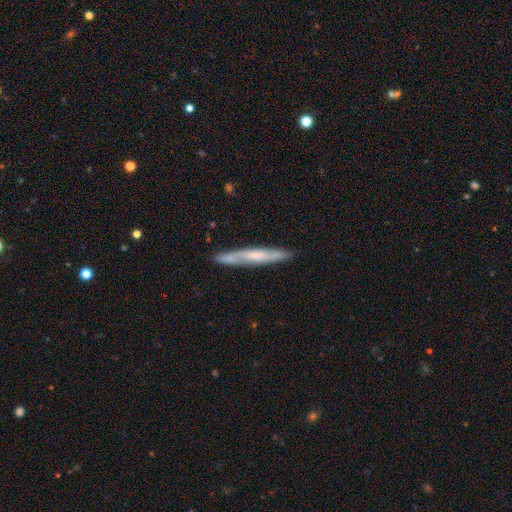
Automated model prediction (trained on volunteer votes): This appears to be a featured or disk galaxy (54%) viewed edge-on (83%). Merging: none (85%).